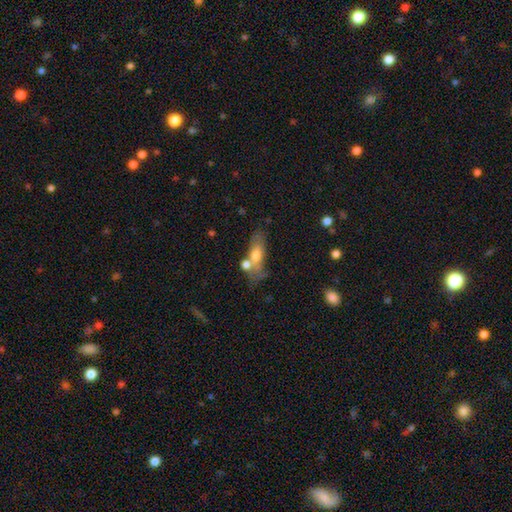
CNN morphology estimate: smooth_or_featured: smooth (p=0.59) [alt: featured or disk p=0.33]
how_rounded: in between (p=0.65) [alt: cigar-shaped p=0.29]
merging: none (p=0.41) [alt: merger p=0.30]